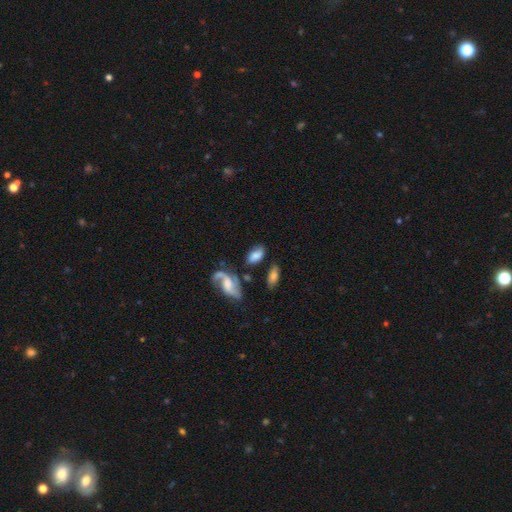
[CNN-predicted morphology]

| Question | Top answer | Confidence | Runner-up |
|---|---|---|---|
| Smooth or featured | smooth | 62% | featured or disk (30%) |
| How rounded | in between | 90% | round (5%) |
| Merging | none | 58% | minor disturbance (20%) |